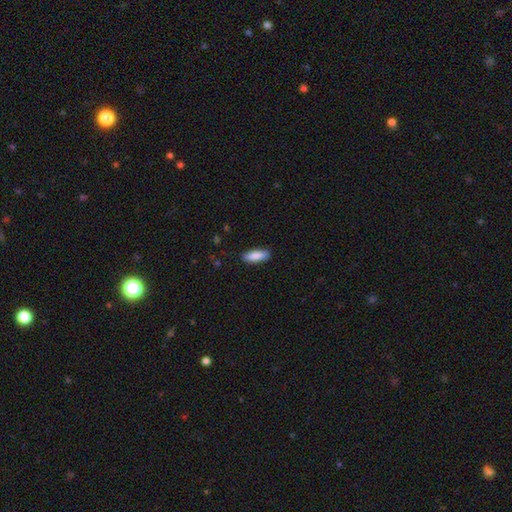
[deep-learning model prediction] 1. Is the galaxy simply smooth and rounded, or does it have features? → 88% smooth, 7% featured or disk, 6% star or artifact.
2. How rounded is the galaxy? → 62% in between, 36% cigar-shaped, 2% round.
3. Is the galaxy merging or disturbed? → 87% none, 9% minor disturbance, 2% major disturbance, 1% merger.